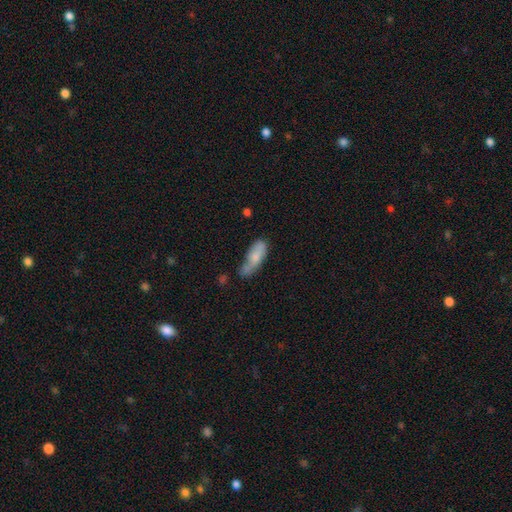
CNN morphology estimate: Smooth or featured? Predicted: smooth (p=0.71). How rounded? Predicted: in between (p=0.65). Merging? Predicted: none (p=0.38).